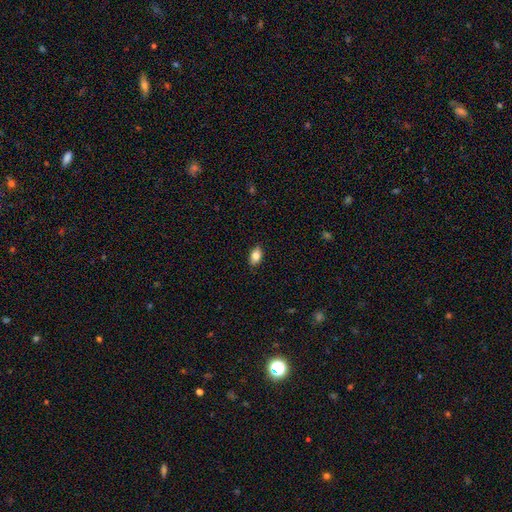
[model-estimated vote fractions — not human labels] Smooth or featured? smooth (83%)
How rounded? in between (89%)
Merging? none (87%)